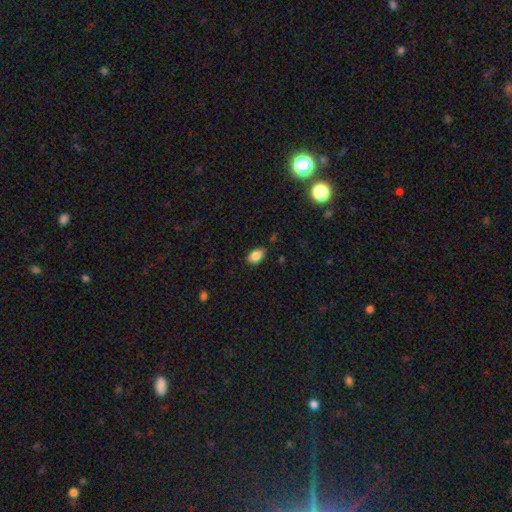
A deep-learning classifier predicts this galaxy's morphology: Smooth or featured: smooth — 84% (star or artifact — 9%)
How rounded: in between — 89% (round — 9%)
Merging: none — 83% (minor disturbance — 13%)